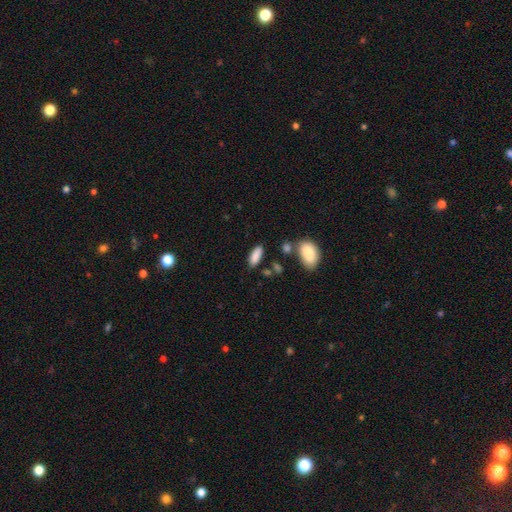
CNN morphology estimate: A smooth galaxy with no disk features (87%) that is in between round and cigar-shaped (74%). Merging: none (74%).